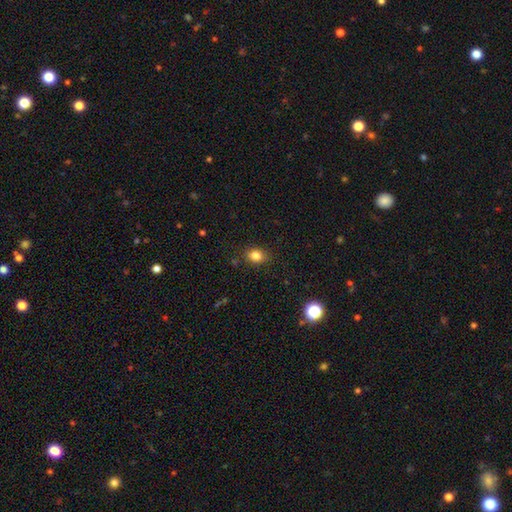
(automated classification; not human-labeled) Smooth or featured? smooth (82%)
How rounded? in between (53%)
Merging? none (85%)